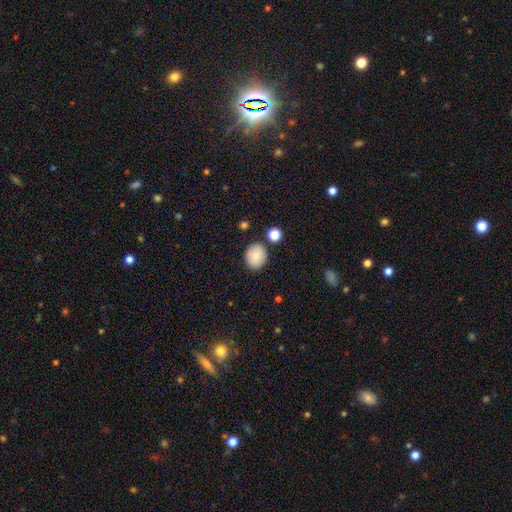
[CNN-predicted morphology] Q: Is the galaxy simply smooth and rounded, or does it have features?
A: smooth — 86%.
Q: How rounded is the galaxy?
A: round — 65%.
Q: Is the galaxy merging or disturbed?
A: none — 84%.